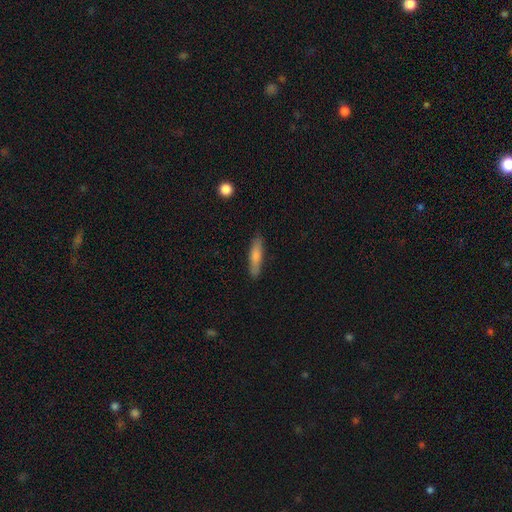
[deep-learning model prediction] Overall: smooth (59%; featured or disk 32%). How rounded: cigar-shaped (84%). Merging: none (87%).